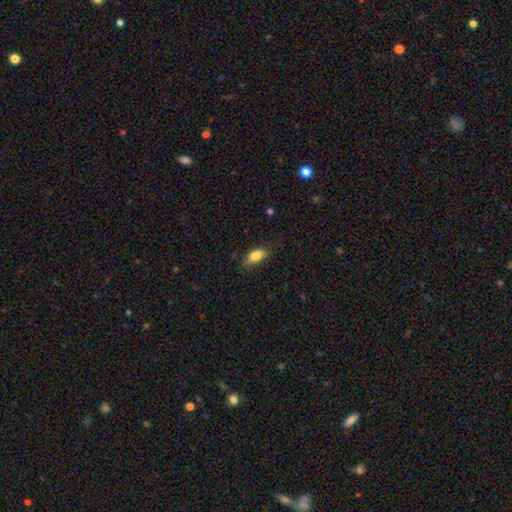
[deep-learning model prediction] Q: Smooth or featured?
A: smooth (84%); runner-up: featured or disk (9%)
Q: How rounded?
A: in between (86%); runner-up: cigar-shaped (11%)
Q: Merging?
A: none (77%); runner-up: minor disturbance (18%)